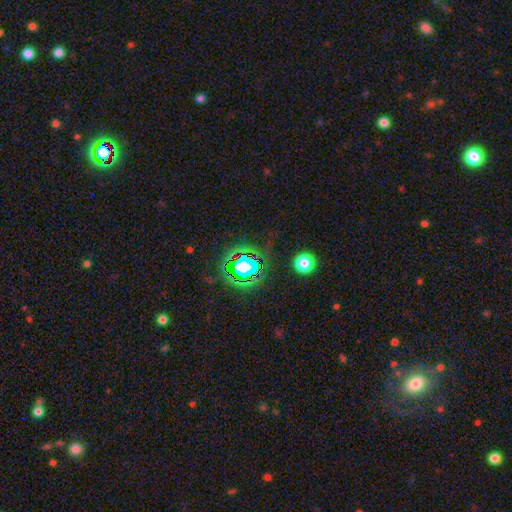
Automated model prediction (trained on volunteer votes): This is likely a star or artifact rather than a galaxy (78%).